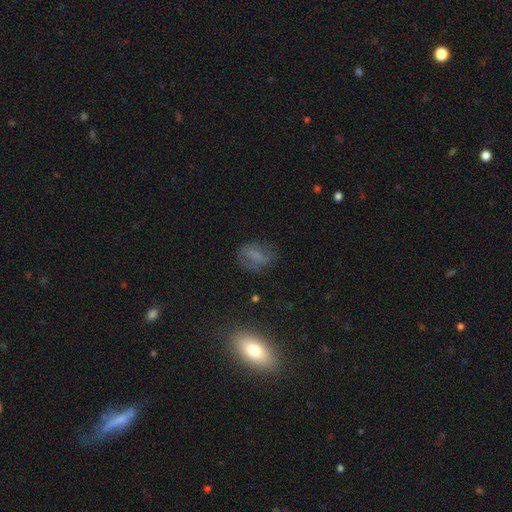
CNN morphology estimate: Overall: smooth (58%; featured or disk 27%). How rounded: in between (76%). Merging: none (61%; minor disturbance 24%).